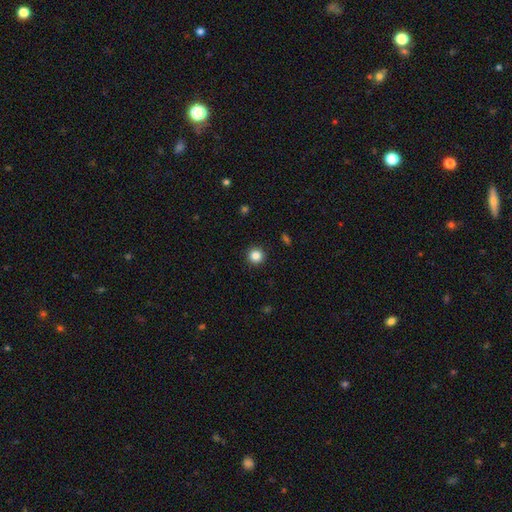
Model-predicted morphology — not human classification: Smooth or featured: smooth — 85% (star or artifact — 11%)
How rounded: round — 96% (in between — 3%)
Merging: none — 93% (minor disturbance — 5%)